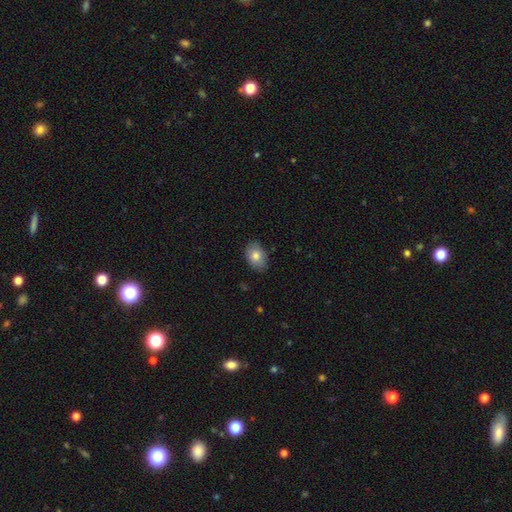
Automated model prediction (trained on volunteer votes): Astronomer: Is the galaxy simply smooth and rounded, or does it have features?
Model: smooth — 81%.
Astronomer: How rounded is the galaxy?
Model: in between — 79%.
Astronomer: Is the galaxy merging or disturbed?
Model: none — 81%.